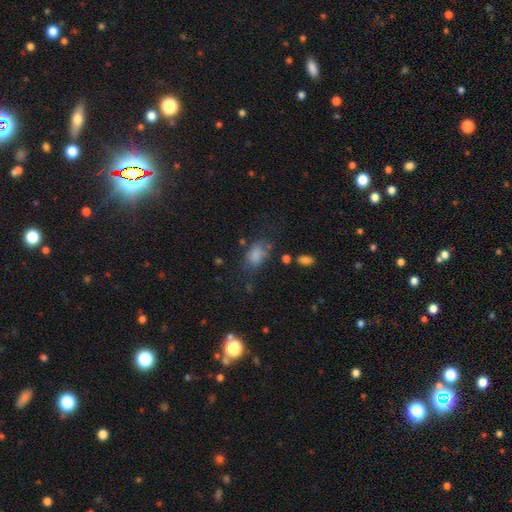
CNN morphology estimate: smooth-or-featured: smooth: 73% | star or artifact: 16% | featured or disk: 11%
  how-rounded: in between: 78% | round: 19% | cigar-shaped: 3%
  merging: none: 58% | minor disturbance: 22% | major disturbance: 15% | merger: 5%